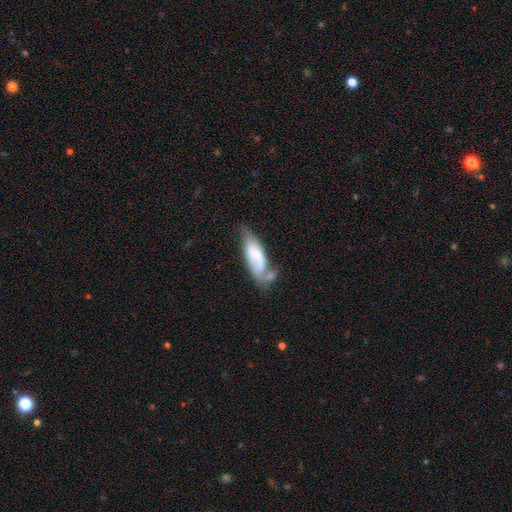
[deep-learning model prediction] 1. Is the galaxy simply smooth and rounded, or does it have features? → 49% featured or disk, 45% smooth, 6% star or artifact.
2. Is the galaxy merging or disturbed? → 34% none, 26% minor disturbance, 23% merger, 16% major disturbance.